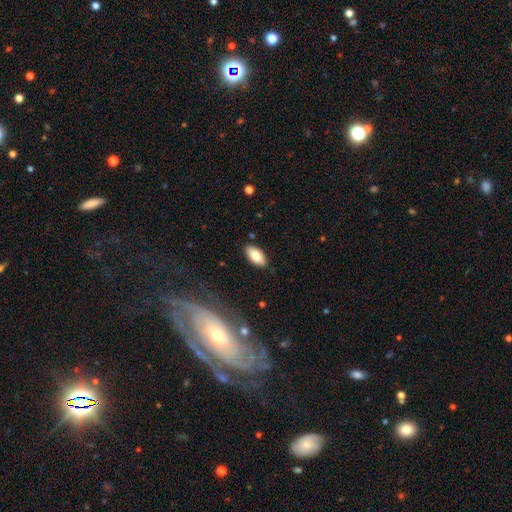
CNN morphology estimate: smooth_or_featured: smooth (p=0.80) [alt: featured or disk p=0.13]
how_rounded: in between (p=0.93) [alt: cigar-shaped p=0.05]
merging: none (p=0.87) [alt: minor disturbance p=0.09]